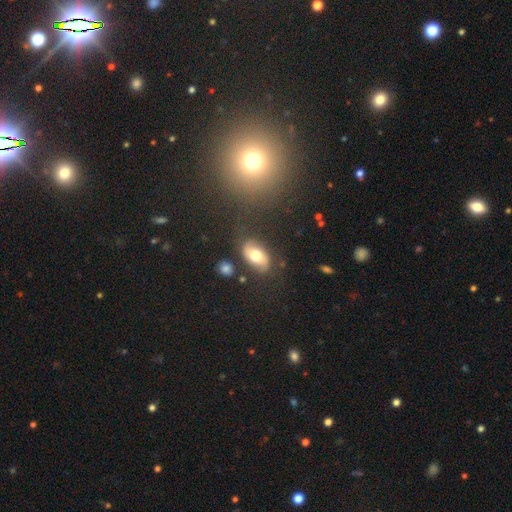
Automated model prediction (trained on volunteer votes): Smooth or featured?
  - smooth: 64% *
  - featured or disk: 28%
  - star or artifact: 8%
How rounded?
  - in between: 90% *
  - round: 7%
  - cigar-shaped: 2%
Merging?
  - none: 75% *
  - minor disturbance: 14%
  - major disturbance: 5%
  - merger: 5%